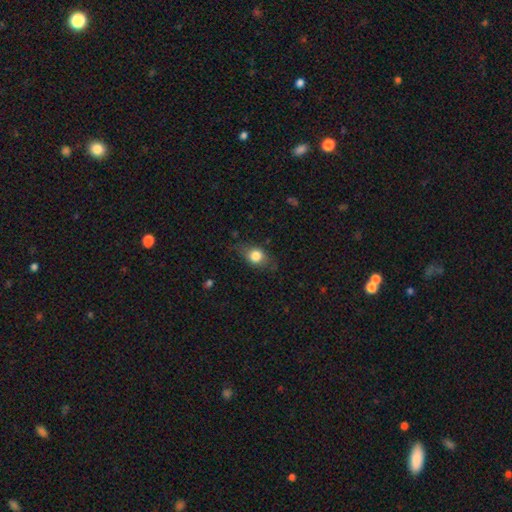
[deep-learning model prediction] smooth 74%, featured or disk 17%, star or artifact 9%. Down the decision tree: how rounded — in between (60%); merging — none (68%).